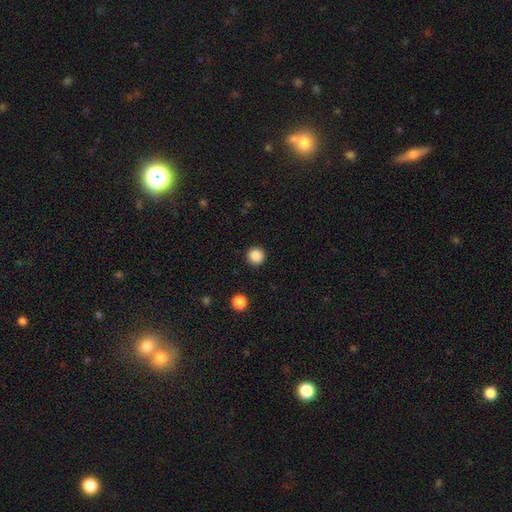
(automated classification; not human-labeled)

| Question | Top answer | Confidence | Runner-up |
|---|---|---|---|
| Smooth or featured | smooth | 88% | star or artifact (10%) |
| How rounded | round | 95% | in between (4%) |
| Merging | none | 92% | minor disturbance (5%) |